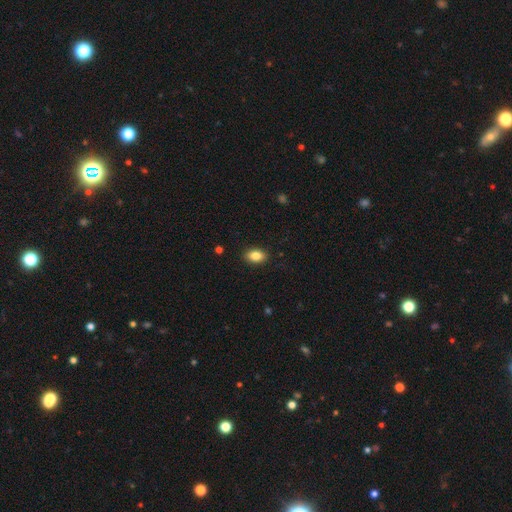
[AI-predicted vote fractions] Smooth or featured: smooth — 85% (star or artifact — 8%)
How rounded: in between — 87% (round — 12%)
Merging: none — 89% (minor disturbance — 8%)